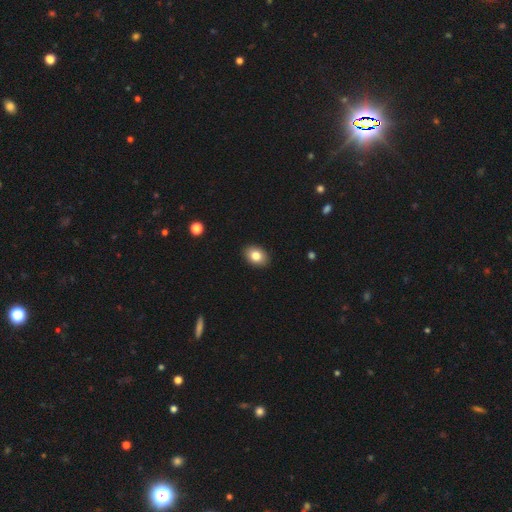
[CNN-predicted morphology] Overall: smooth (82%). How rounded: in between (70%). Merging: none (90%).